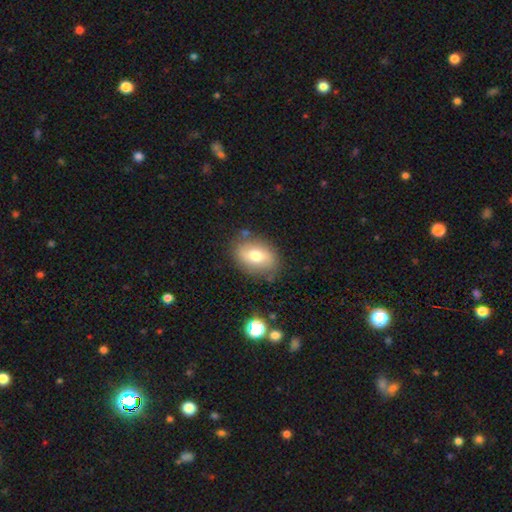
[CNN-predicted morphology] Smooth or featured? Predicted: smooth (p=0.67). How rounded? Predicted: in between (p=0.76). Merging? Predicted: none (p=0.77).